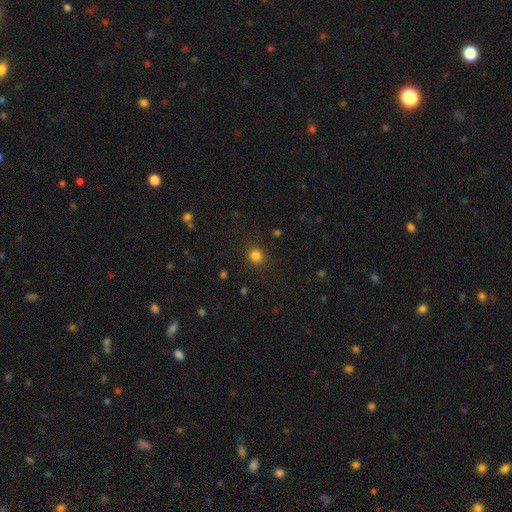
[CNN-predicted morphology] smooth 83%, star or artifact 13%, featured or disk 4%. Down the decision tree: how rounded — round (89%); merging — none (90%).